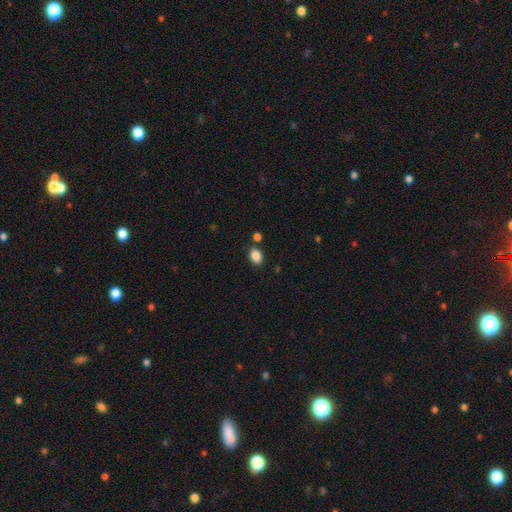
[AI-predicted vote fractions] smooth_or_featured: smooth (p=0.87) [alt: star or artifact p=0.09]
how_rounded: in between (p=0.84) [alt: round p=0.14]
merging: none (p=0.80) [alt: minor disturbance p=0.10]